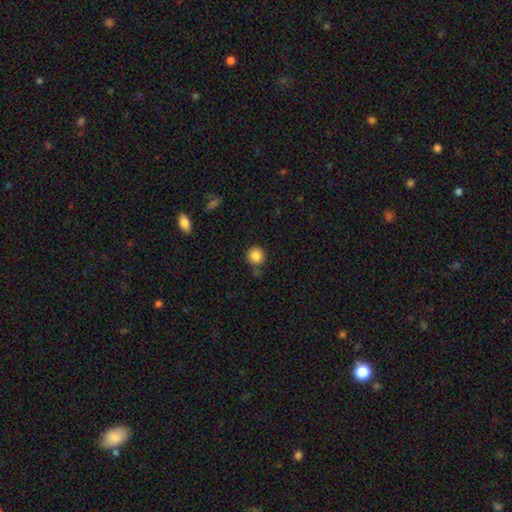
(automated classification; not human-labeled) This appears to be a smooth galaxy with no disk features (86%) that is round (93%). Merging: none (78%).